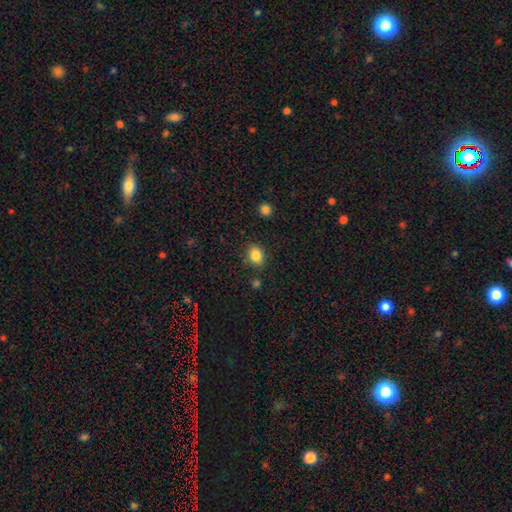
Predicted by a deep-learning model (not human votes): smooth-or-featured: smooth: 85% | star or artifact: 10% | featured or disk: 5%
  how-rounded: round: 53% | in between: 46% | cigar-shaped: 1%
  merging: none: 82% | minor disturbance: 11% | merger: 4% | major disturbance: 3%